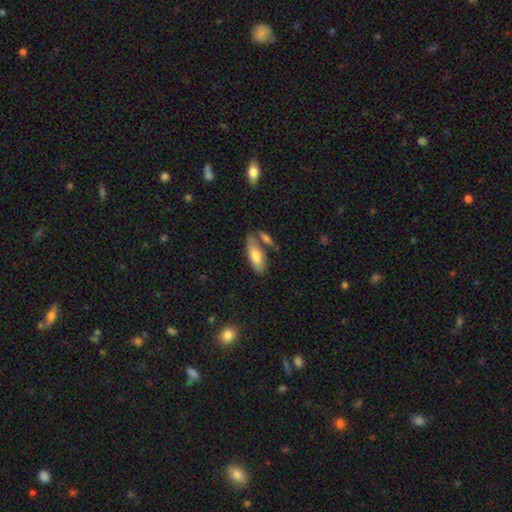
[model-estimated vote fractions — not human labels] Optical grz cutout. It shows a smooth galaxy with no disk features (73%) that is in between round and cigar-shaped (74%). Merging: none (59%).